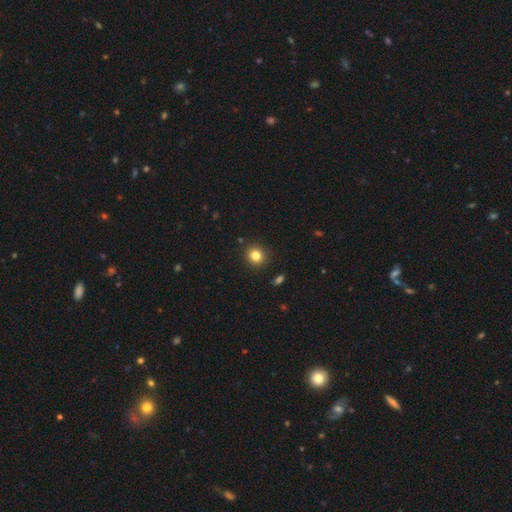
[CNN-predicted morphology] Overall: smooth (82%). How rounded: round (88%). Merging: none (91%).